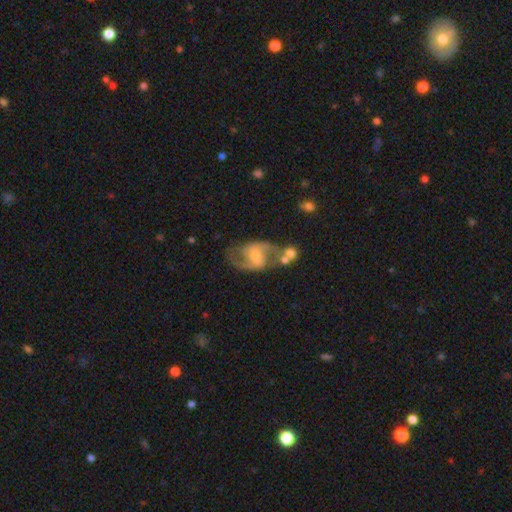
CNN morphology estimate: Q: Smooth or featured?
A: featured or disk (78%); runner-up: smooth (15%)
Q: Edge-on disk?
A: no (96%); runner-up: yes (4%)
Q: Bar?
A: weak (47%); runner-up: strong (32%)
Q: Spiral arms?
A: yes (85%); runner-up: no (15%)
Q: Spiral winding?
A: medium (45%); tied with: loose (45%)
Q: Spiral arm count?
A: 2 (89%); runner-up: can't tell (6%)
Q: Bulge size?
A: small (43%); runner-up: moderate (38%)
Q: Merging?
A: none (53%); runner-up: minor disturbance (18%)